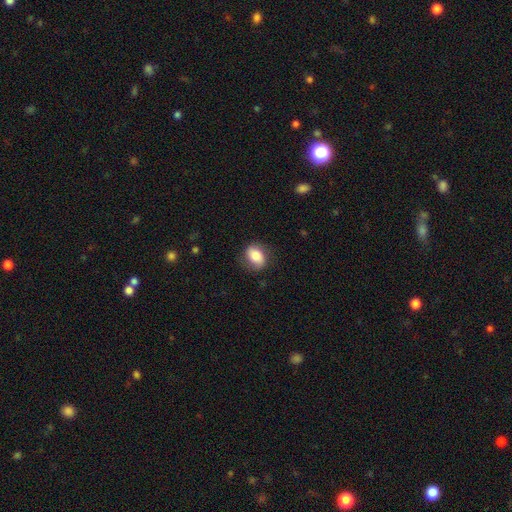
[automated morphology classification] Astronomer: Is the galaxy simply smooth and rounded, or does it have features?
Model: smooth — 74%.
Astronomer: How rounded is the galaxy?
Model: in between — 70%.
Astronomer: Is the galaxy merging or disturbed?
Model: none — 75%.